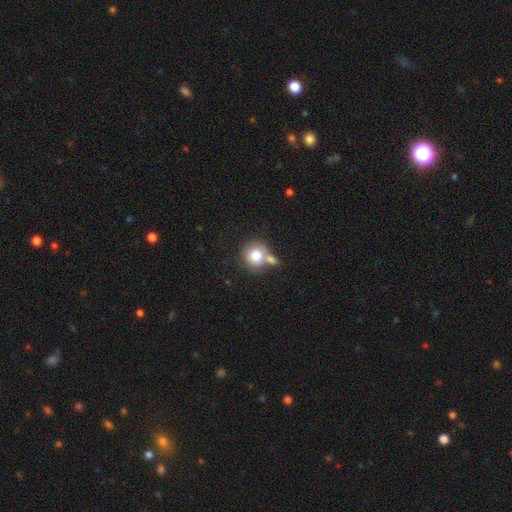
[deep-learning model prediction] Overall: smooth (79%). How rounded: round (81%). Merging: none (43%; merger 39%).